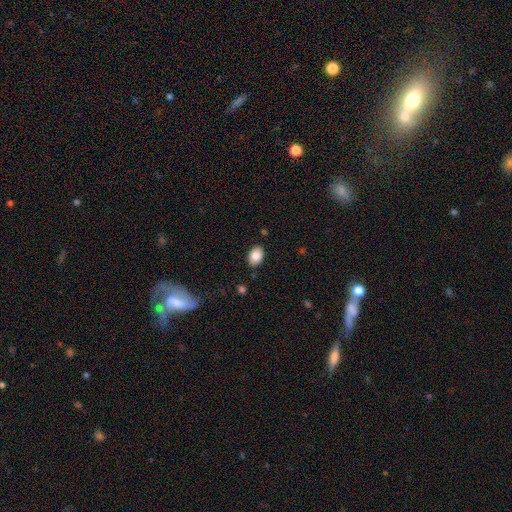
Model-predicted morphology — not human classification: Smooth or featured: smooth — 87% (star or artifact — 8%)
How rounded: in between — 84% (round — 15%)
Merging: none — 86% (minor disturbance — 10%)